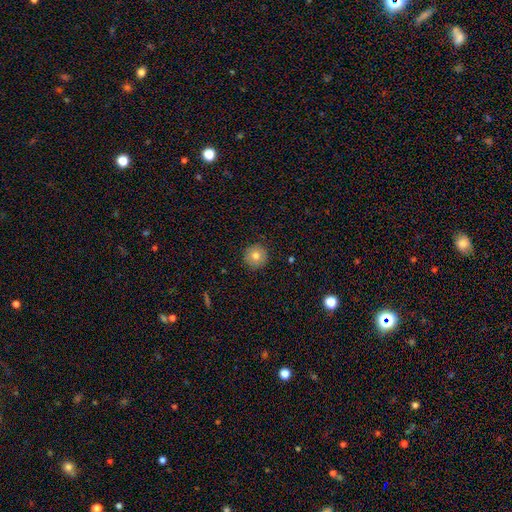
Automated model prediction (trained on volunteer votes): A smooth galaxy with no disk features (79%) that is round (96%).

Vote fractions:
- Smooth or featured? smooth: 79% / featured or disk: 11% / star or artifact: 10%
- How rounded? round: 96% / in between: 3% / cigar-shaped: 1%
- Merging? none: 91% / minor disturbance: 6% / major disturbance: 2% / merger: 1%